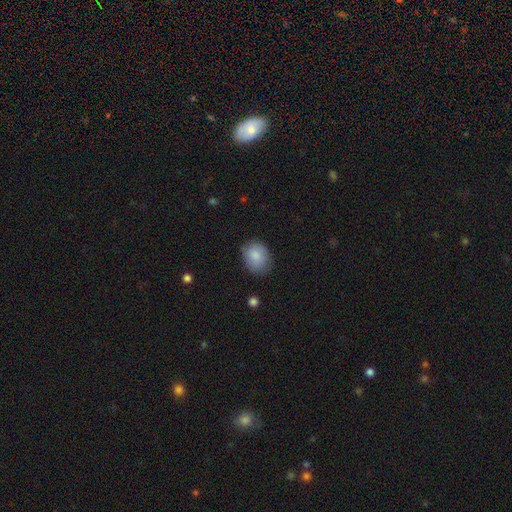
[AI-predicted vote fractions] Smooth or featured? Predicted: smooth (p=0.85). How rounded? Predicted: in between (p=0.57). Merging? Predicted: none (p=0.75).